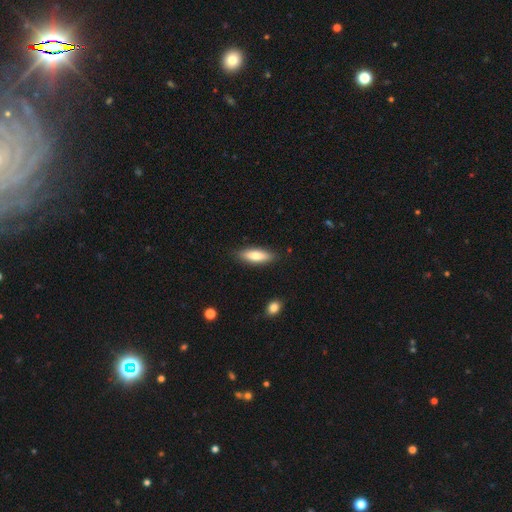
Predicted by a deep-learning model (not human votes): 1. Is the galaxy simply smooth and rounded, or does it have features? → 76% smooth, 18% featured or disk, 6% star or artifact.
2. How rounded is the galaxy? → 56% in between, 43% cigar-shaped, 2% round.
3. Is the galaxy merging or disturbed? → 86% none, 11% minor disturbance, 2% major disturbance, 1% merger.